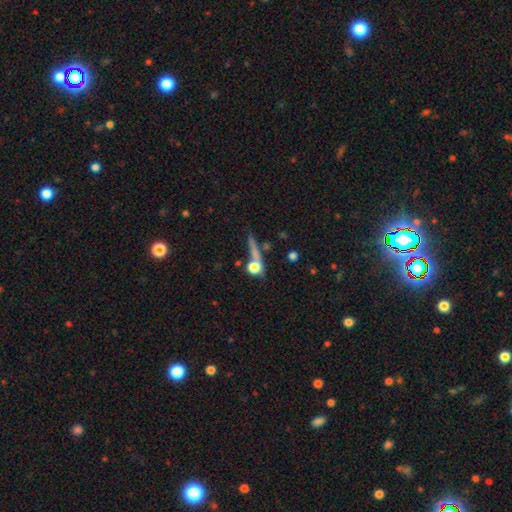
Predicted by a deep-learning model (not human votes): Smooth or featured? Predicted: smooth (p=0.51). How rounded? Predicted: round (p=0.46). Merging? Predicted: none (p=0.62).